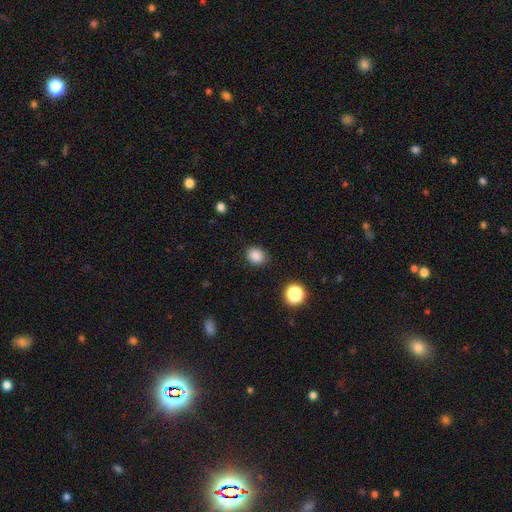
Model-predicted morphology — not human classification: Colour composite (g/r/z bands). It shows a smooth galaxy with no disk features (85%) that is round (58%). Merging: none (85%).